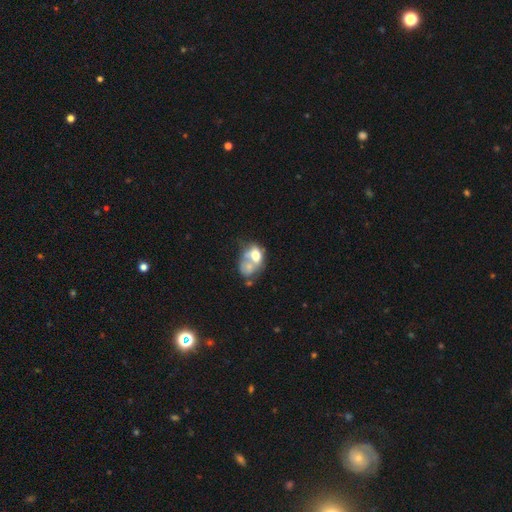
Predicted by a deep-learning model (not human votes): This appears to be a smooth galaxy with no disk features (54%) that is in between round and cigar-shaped (67%). Merging: merger (60%).